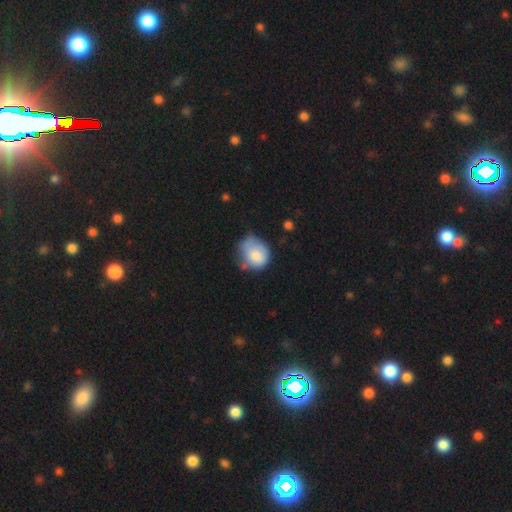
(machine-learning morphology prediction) The model was most divided on "merging": minor disturbance: 42%, none: 33%, major disturbance: 17%, merger: 7%. More confident: smooth or featured — smooth (75%); how rounded — round (62%).